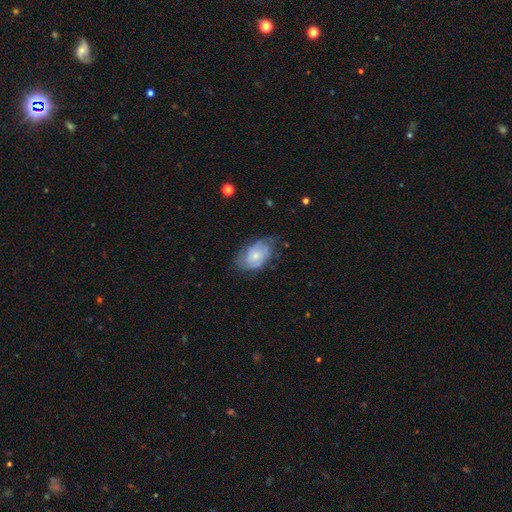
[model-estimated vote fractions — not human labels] featured or disk 65%, smooth 29%, star or artifact 7%. Down the decision tree: edge-on disk — no (96%); bar — no (74%); spiral arms — yes (85%); spiral arm count — can't tell (37%); spiral winding — tight (51%); bulge size — small (60%); merging — none (59%).